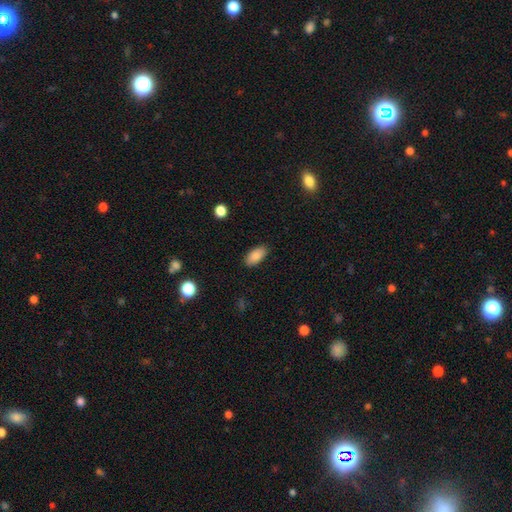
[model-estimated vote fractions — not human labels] Morphology: type=smooth (87%); roundness=in between (93%); merging=none (88%).